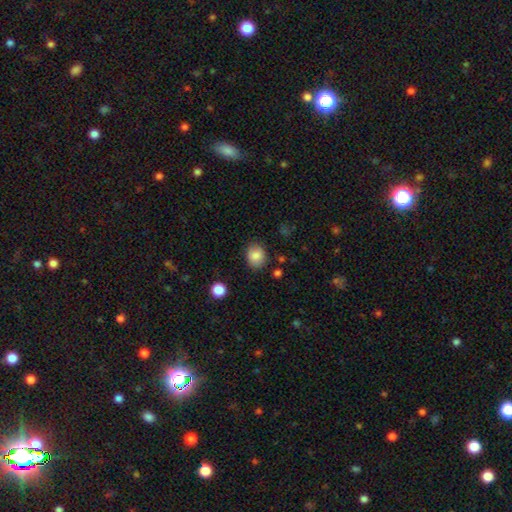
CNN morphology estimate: Smooth or featured: smooth — 86% (star or artifact — 9%)
How rounded: in between — 50% (round — 49%)
Merging: none — 82% (minor disturbance — 12%)